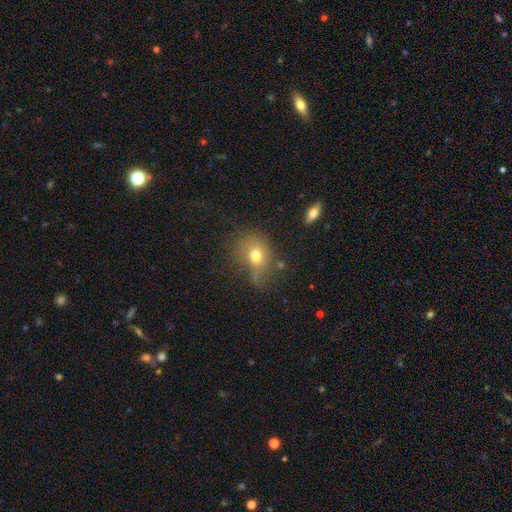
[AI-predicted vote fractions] Smooth or featured? smooth (69%)
How rounded? round (56%)
Merging? none (47%)